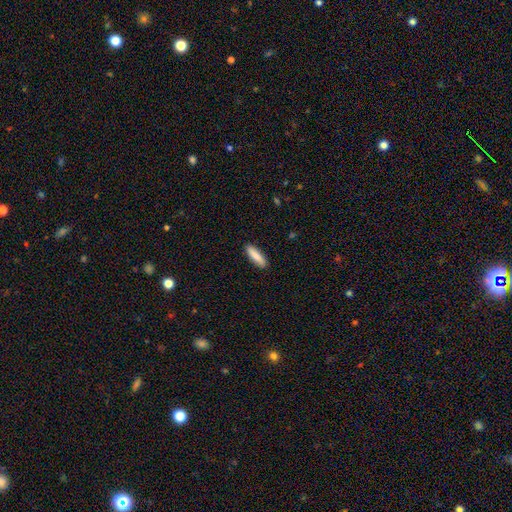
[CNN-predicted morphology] smooth 86%, featured or disk 8%, star or artifact 6%. Down the decision tree: how rounded — cigar-shaped (69%); merging — none (90%).